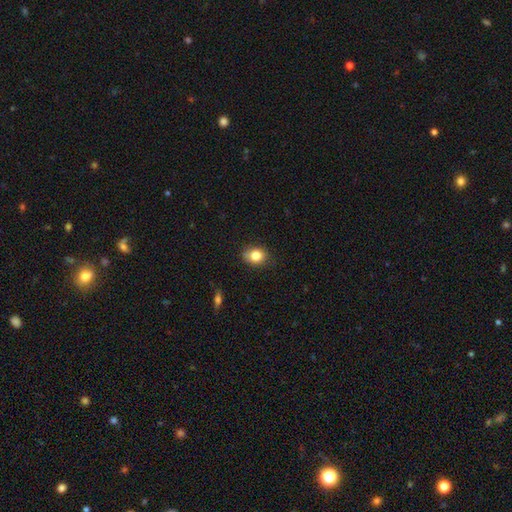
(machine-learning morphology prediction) Q: Smooth or featured?
A: smooth (82%); runner-up: star or artifact (10%)
Q: How rounded?
A: round (50%); runner-up: in between (48%)
Q: Merging?
A: none (81%); runner-up: minor disturbance (15%)